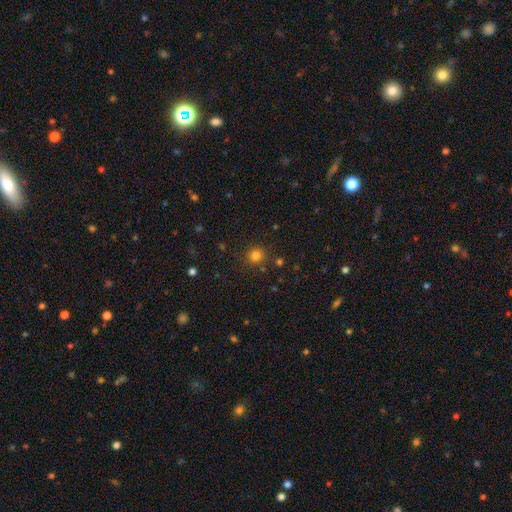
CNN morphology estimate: smooth-or-featured: smooth: 80% | star or artifact: 15% | featured or disk: 5%
  how-rounded: round: 91% | in between: 8% | cigar-shaped: 1%
  merging: none: 85% | minor disturbance: 8% | merger: 4% | major disturbance: 3%